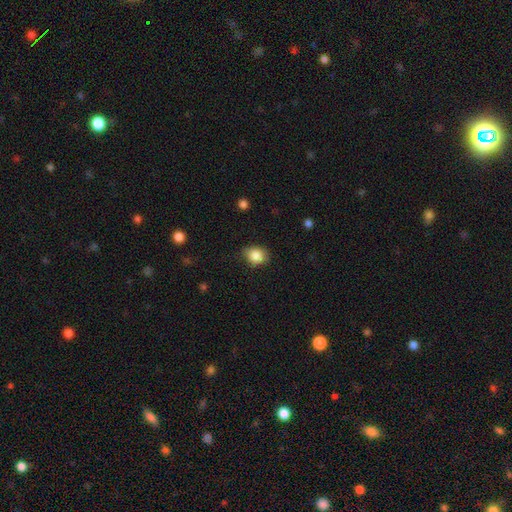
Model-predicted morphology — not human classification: Q: Smooth or featured?
A: smooth (85%); runner-up: star or artifact (9%)
Q: How rounded?
A: round (52%); runner-up: in between (47%)
Q: Merging?
A: none (69%); runner-up: minor disturbance (25%)